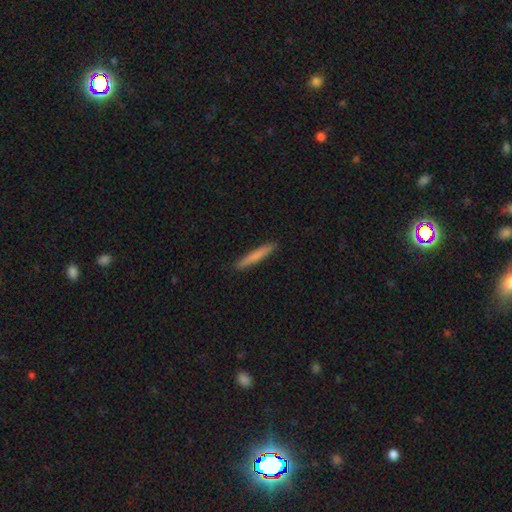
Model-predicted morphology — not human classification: A smooth galaxy with no disk features (74%) that is cigar-shaped (96%). Merging: none (92%).